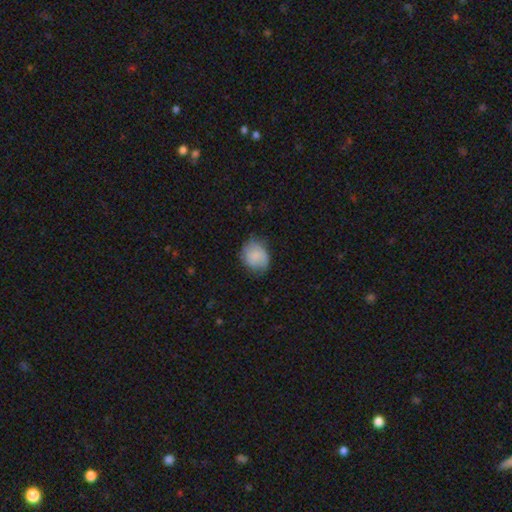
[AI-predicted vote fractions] This is likely a smooth galaxy (75%). How rounded: possibly round (58%). Merging: likely none (66%).